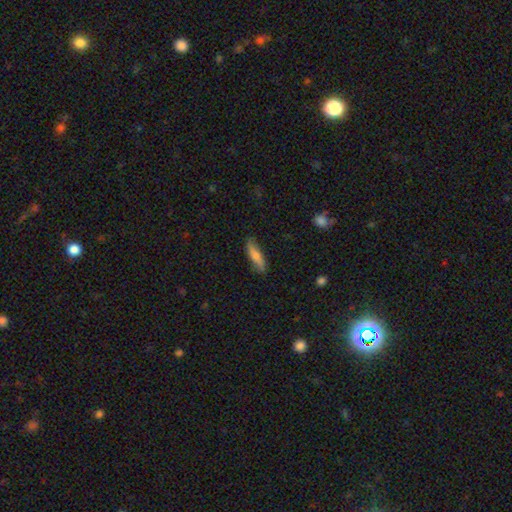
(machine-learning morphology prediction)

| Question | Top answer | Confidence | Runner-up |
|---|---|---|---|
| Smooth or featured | smooth | 74% | featured or disk (21%) |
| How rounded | cigar-shaped | 66% | in between (32%) |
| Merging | none | 84% | minor disturbance (13%) |